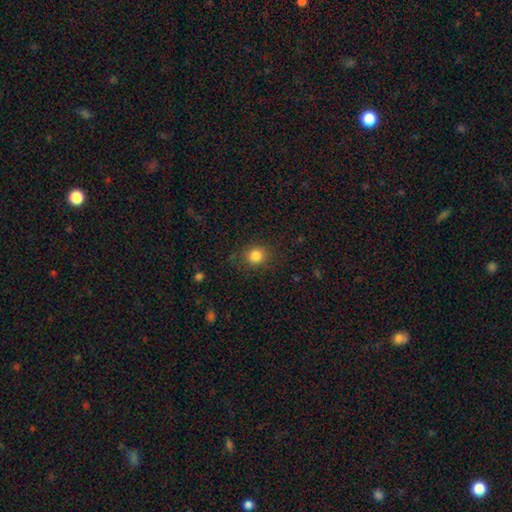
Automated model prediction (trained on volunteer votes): This appears to be a smooth galaxy with no disk features (83%) that is round (81%). Merging: none (84%).